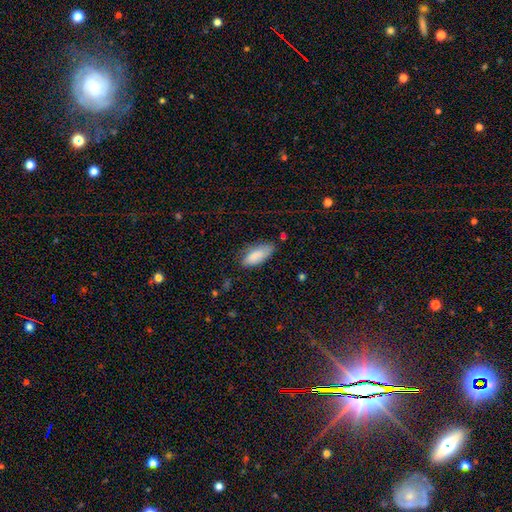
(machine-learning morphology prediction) A smooth galaxy with no disk features (83%) that is in between round and cigar-shaped (82%).

Vote fractions:
- Smooth or featured? smooth: 83% / featured or disk: 10% / star or artifact: 7%
- How rounded? in between: 82% / cigar-shaped: 16% / round: 2%
- Merging? none: 63% / minor disturbance: 28% / major disturbance: 7% / merger: 3%